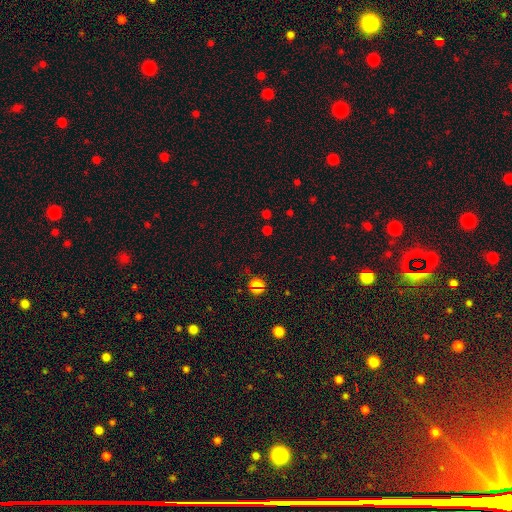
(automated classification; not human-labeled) star or artifact 56%, smooth 37%, featured or disk 7%.